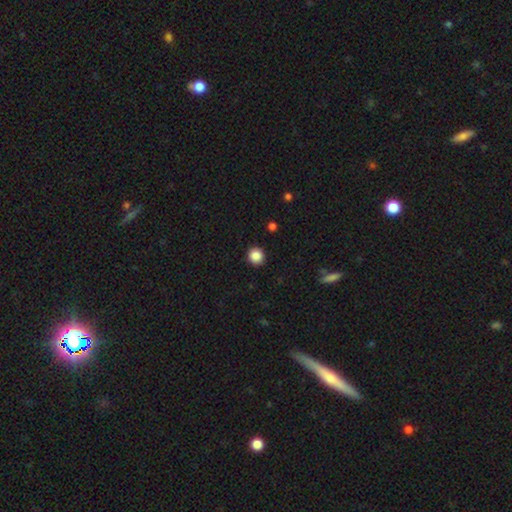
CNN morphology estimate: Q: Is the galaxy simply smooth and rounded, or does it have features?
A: smooth — 86%.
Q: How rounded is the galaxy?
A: round — 93%.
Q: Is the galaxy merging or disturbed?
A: none — 93%.